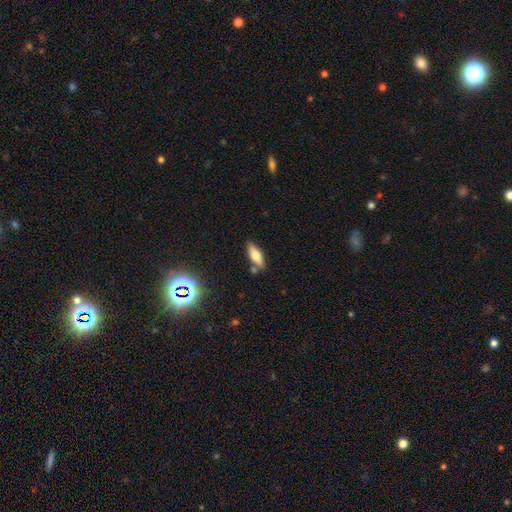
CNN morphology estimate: smooth-or-featured: smooth: 57% | featured or disk: 34% | star or artifact: 9%
  how-rounded: in between: 57% | cigar-shaped: 40% | round: 3%
  merging: none: 76% | minor disturbance: 13% | merger: 8% | major disturbance: 3%